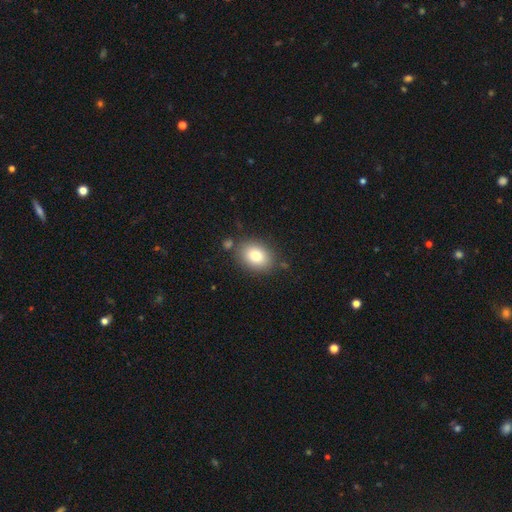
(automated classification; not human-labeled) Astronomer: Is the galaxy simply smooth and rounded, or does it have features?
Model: smooth — 81%.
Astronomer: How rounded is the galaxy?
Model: in between — 70%.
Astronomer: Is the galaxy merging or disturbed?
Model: none — 81%.